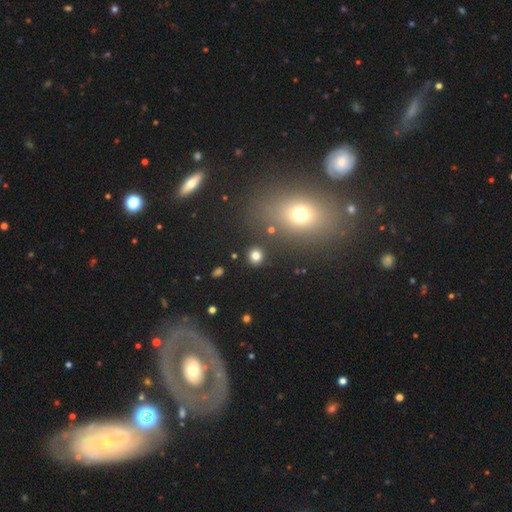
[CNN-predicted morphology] A smooth galaxy with no disk features (79%) that is round (86%).

Vote fractions:
- Smooth or featured? smooth: 79% / star or artifact: 15% / featured or disk: 6%
- How rounded? round: 86% / in between: 13% / cigar-shaped: 1%
- Merging? none: 89% / minor disturbance: 6% / merger: 3% / major disturbance: 2%